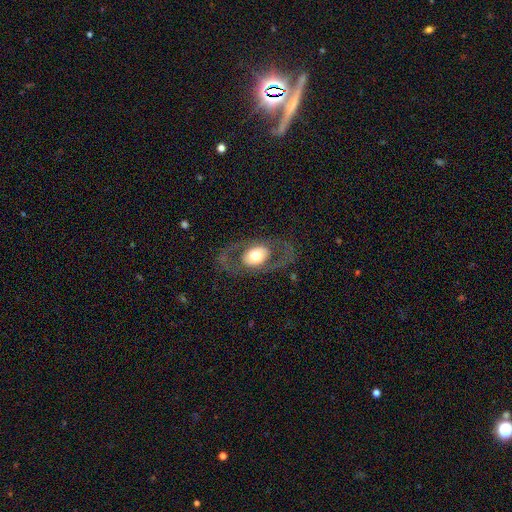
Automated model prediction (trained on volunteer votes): A featured or disk galaxy (62%) with no bar (80%), no spiral arms (64%) and a moderate central bulge (52%).

Vote fractions:
- Smooth or featured? featured or disk: 62% / smooth: 32% / star or artifact: 6%
- Edge-on disk? no: 91% / yes: 9%
- Bar? no: 80% / weak: 13% / strong: 6%
- Spiral arms? no: 64% / yes: 36%
- Bulge size? moderate: 52% / large: 37% / dominant: 6% / small: 5% / none: 1%
- Merging? none: 75% / major disturbance: 13% / minor disturbance: 11% / merger: 1%